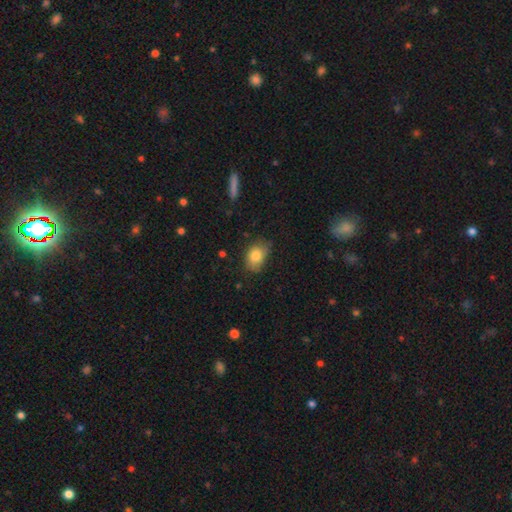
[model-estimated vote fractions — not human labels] smooth 82%, featured or disk 10%, star or artifact 9%. Down the decision tree: how rounded — in between (76%); merging — none (65%).